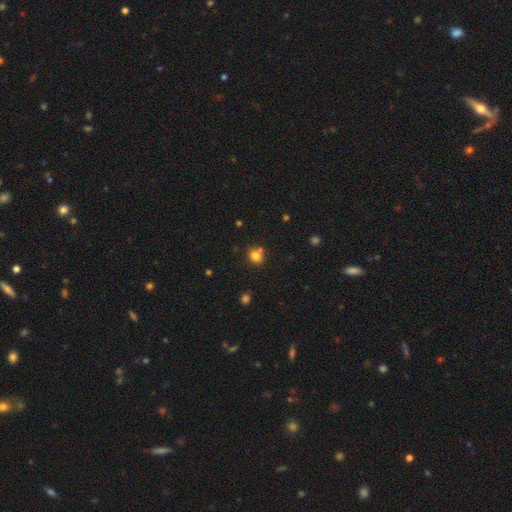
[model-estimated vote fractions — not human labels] Smooth or featured? Predicted: smooth (p=0.79). How rounded? Predicted: round (p=0.73). Merging? Predicted: none (p=0.64).